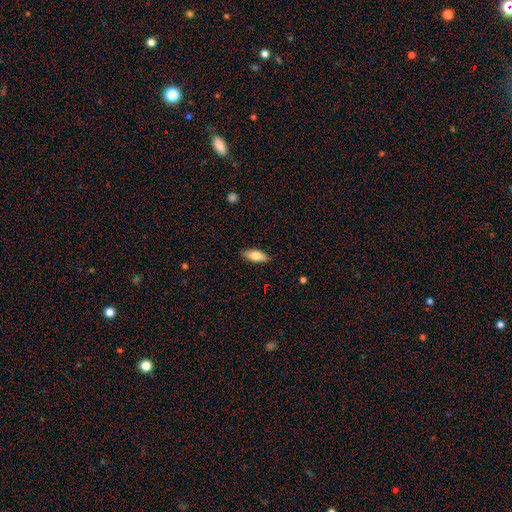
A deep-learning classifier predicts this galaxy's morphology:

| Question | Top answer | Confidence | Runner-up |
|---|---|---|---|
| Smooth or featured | smooth | 78% | featured or disk (16%) |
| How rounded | in between | 79% | cigar-shaped (19%) |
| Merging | none | 87% | minor disturbance (10%) |